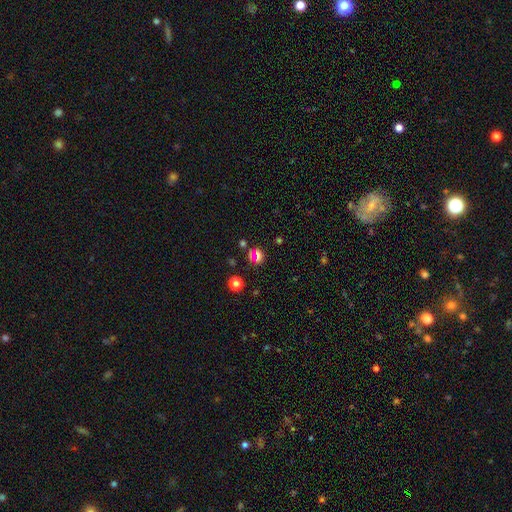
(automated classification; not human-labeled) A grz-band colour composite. It shows a smooth galaxy with no disk features (49%). Merging: none (64%).